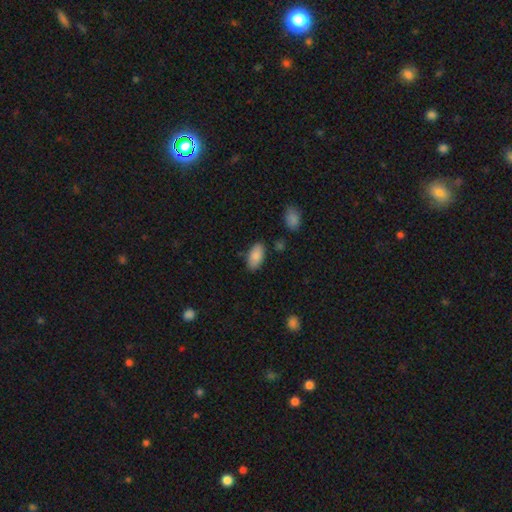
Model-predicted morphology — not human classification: A smooth galaxy with no disk features (86%) that is in between round and cigar-shaped (94%).

Vote fractions:
- Smooth or featured? smooth: 86% / featured or disk: 7% / star or artifact: 7%
- How rounded? in between: 94% / cigar-shaped: 3% / round: 3%
- Merging? none: 83% / minor disturbance: 12% / merger: 3% / major disturbance: 3%